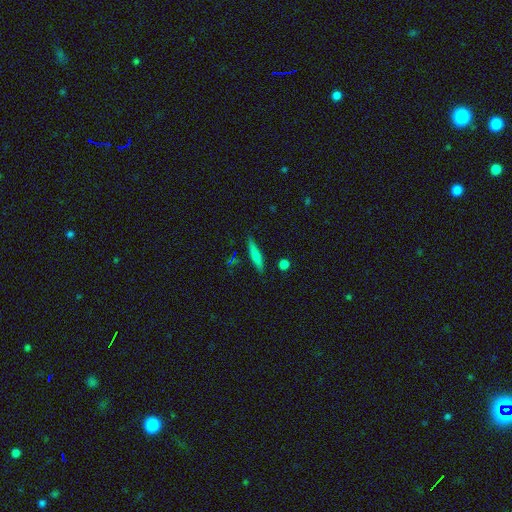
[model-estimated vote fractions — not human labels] smooth_or_featured: smooth (p=0.66) [alt: featured or disk p=0.26]
how_rounded: cigar-shaped (p=0.88) [alt: in between p=0.10]
merging: none (p=0.85) [alt: minor disturbance p=0.10]